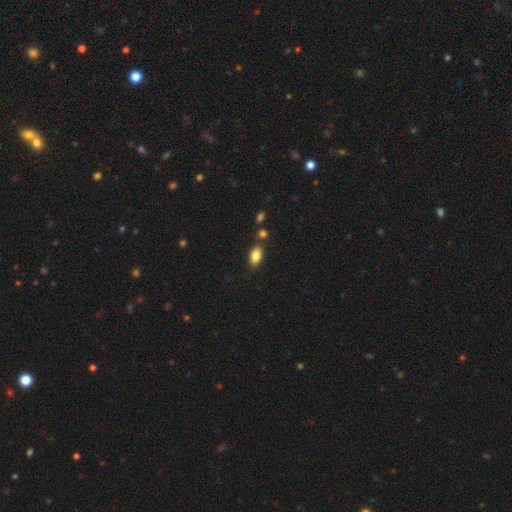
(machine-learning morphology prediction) The model was most divided on "merging": none: 77%, minor disturbance: 13%, merger: 8%, major disturbance: 3%. More confident: how rounded — in between (89%); smooth or featured — smooth (84%).